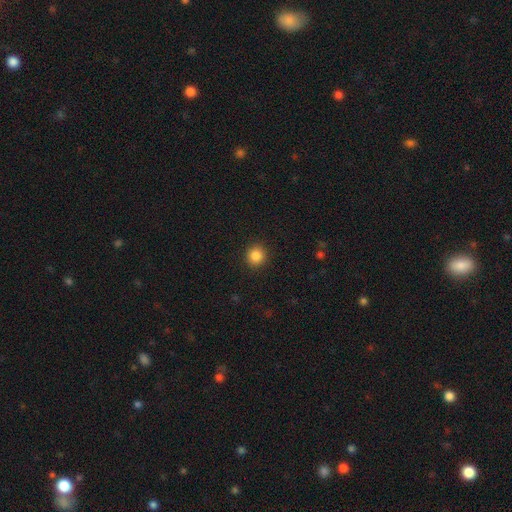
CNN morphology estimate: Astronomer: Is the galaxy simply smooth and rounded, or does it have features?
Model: smooth — 86%.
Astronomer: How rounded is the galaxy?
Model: round — 92%.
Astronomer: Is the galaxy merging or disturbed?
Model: none — 91%.